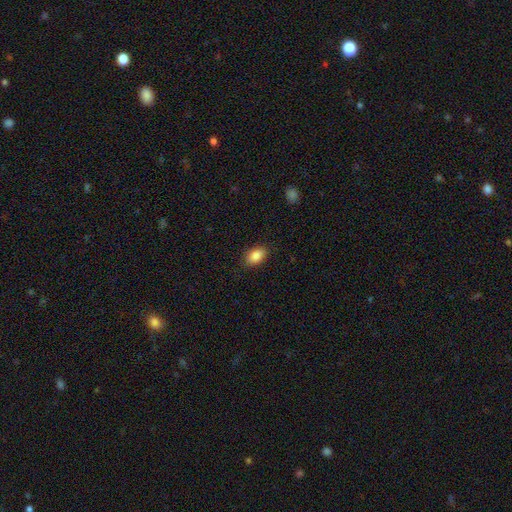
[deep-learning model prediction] Smooth or featured?
  - smooth: 87% *
  - star or artifact: 8%
  - featured or disk: 5%
How rounded?
  - in between: 87% *
  - round: 11%
  - cigar-shaped: 1%
Merging?
  - none: 87% *
  - minor disturbance: 10%
  - major disturbance: 2%
  - merger: 1%